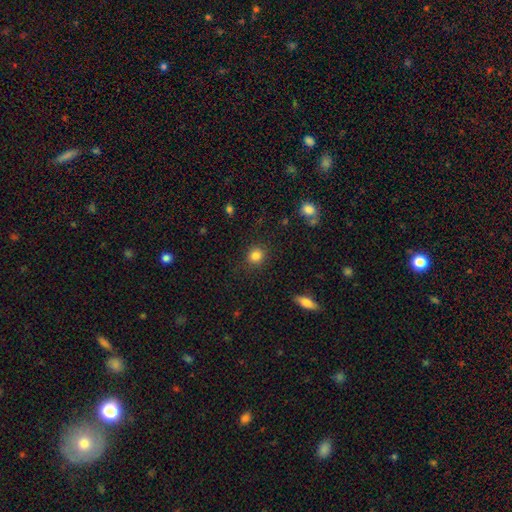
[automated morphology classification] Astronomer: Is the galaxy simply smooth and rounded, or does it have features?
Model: smooth — 85%.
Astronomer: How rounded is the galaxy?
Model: round — 80%.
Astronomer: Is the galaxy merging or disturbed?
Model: none — 87%.